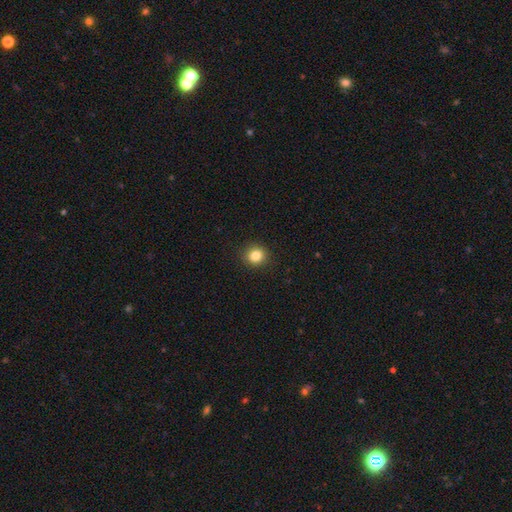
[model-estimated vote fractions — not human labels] Overall: smooth (84%). How rounded: round (84%). Merging: none (91%).